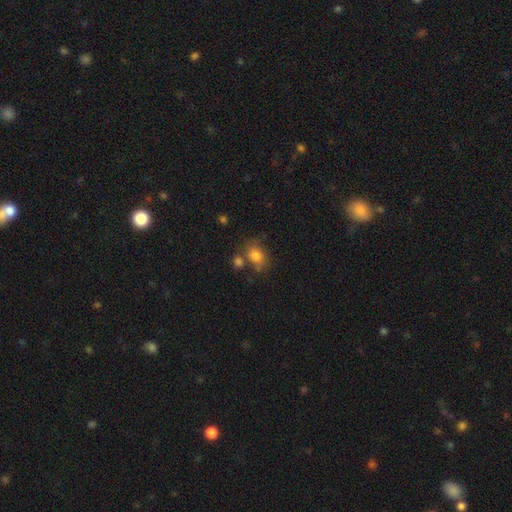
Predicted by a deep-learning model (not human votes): smooth_or_featured: smooth (p=0.79) [alt: star or artifact p=0.10]
how_rounded: round (p=0.49) [tied with: in between p=0.49]
merging: none (p=0.54) [alt: merger p=0.20]